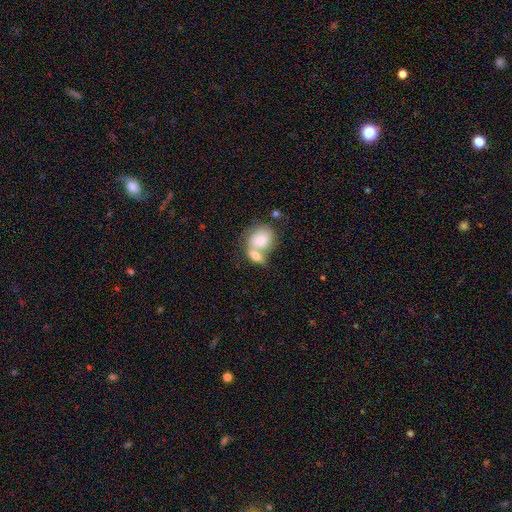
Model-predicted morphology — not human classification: Smooth or featured: smooth — 72% (featured or disk — 22%)
How rounded: in between — 67% (round — 30%)
Merging: merger — 66% (none — 22%)